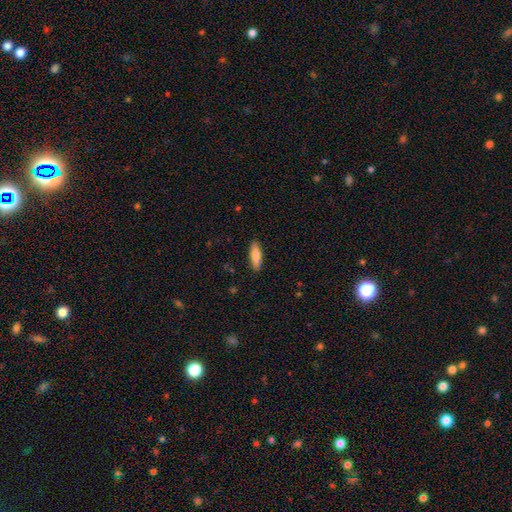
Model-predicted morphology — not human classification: smooth 80%, featured or disk 14%, star or artifact 6%. Down the decision tree: how rounded — in between (54%); merging — none (88%).